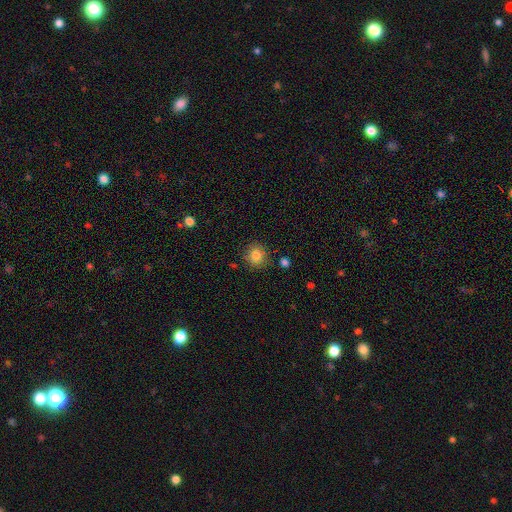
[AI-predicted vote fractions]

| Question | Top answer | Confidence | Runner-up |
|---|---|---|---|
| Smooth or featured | smooth | 82% | star or artifact (11%) |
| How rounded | round | 84% | in between (15%) |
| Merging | none | 83% | minor disturbance (11%) |